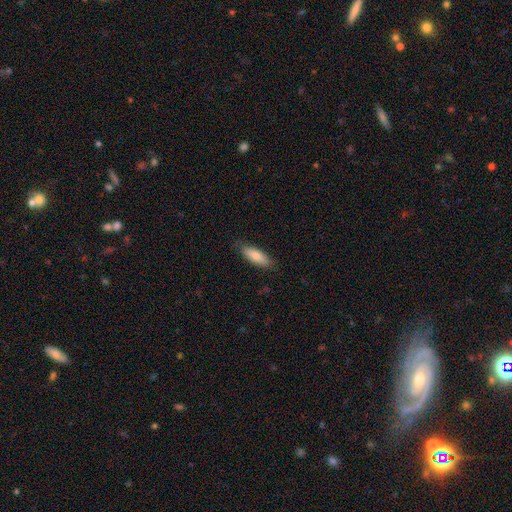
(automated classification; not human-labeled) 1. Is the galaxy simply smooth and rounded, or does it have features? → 80% smooth, 14% featured or disk, 6% star or artifact.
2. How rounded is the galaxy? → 65% in between, 33% cigar-shaped, 2% round.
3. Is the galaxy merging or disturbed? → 82% none, 15% minor disturbance, 3% major disturbance, 1% merger.